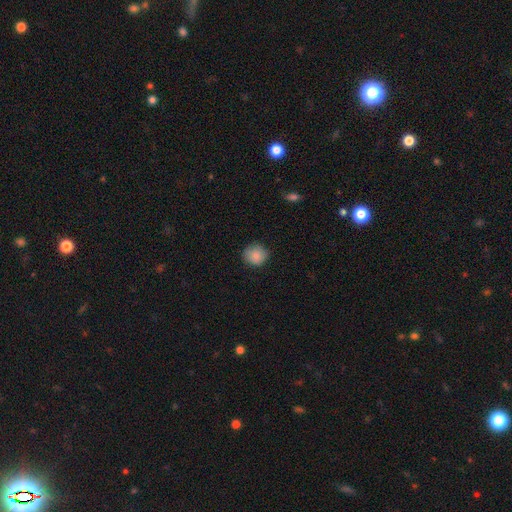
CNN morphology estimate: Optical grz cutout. It shows a smooth galaxy with no disk features (87%) that is round (88%). Merging: none (84%).